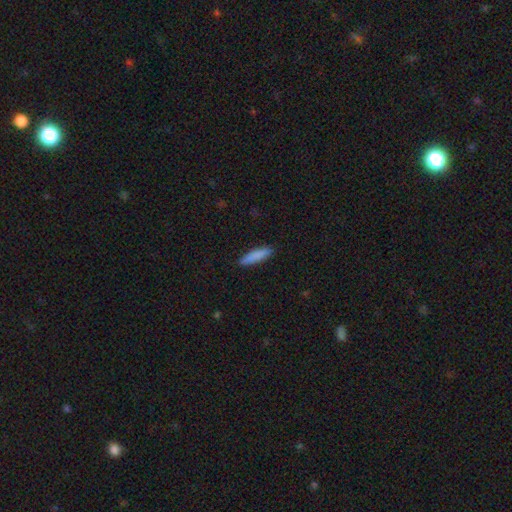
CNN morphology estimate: A smooth galaxy with no disk features (85%) that is cigar-shaped (75%).

Vote fractions:
- Smooth or featured? smooth: 85% / featured or disk: 9% / star or artifact: 6%
- How rounded? cigar-shaped: 75% / in between: 24% / round: 2%
- Merging? none: 86% / minor disturbance: 11% / major disturbance: 2% / merger: 1%